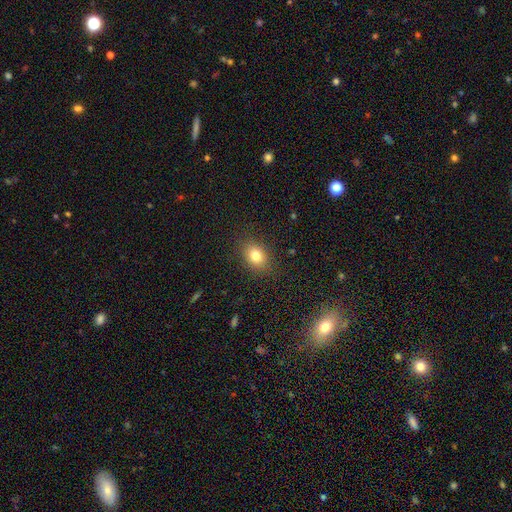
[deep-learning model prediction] Q: Smooth or featured?
A: smooth (80%); runner-up: star or artifact (12%)
Q: How rounded?
A: in between (62%); runner-up: round (37%)
Q: Merging?
A: none (86%); runner-up: minor disturbance (10%)